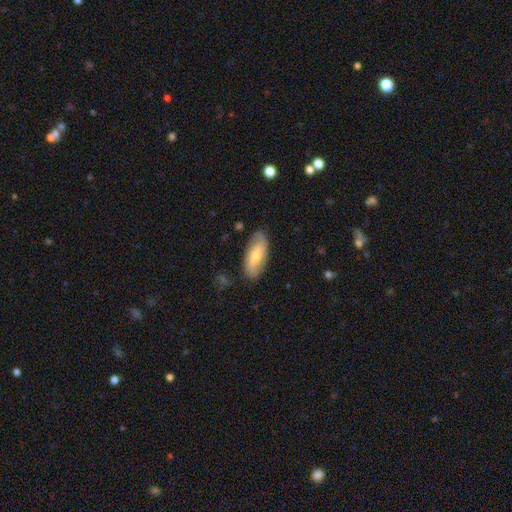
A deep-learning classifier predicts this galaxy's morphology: smooth-or-featured: featured or disk: 48% | smooth: 45% | star or artifact: 7%
  merging: none: 80% | minor disturbance: 15% | major disturbance: 3% | merger: 1%